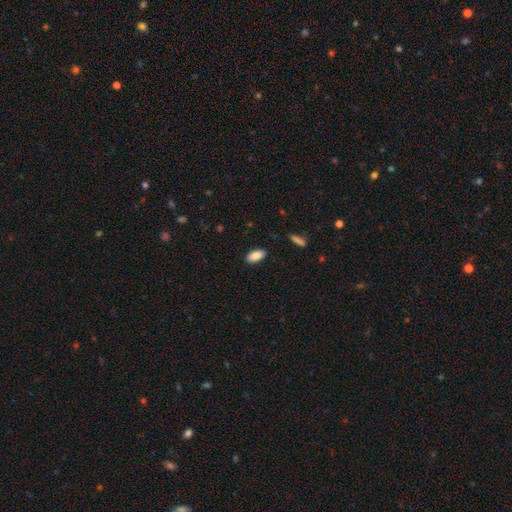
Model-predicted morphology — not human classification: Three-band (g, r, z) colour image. It shows a smooth galaxy with no disk features (89%) that is in between round and cigar-shaped (90%). Merging: none (88%).